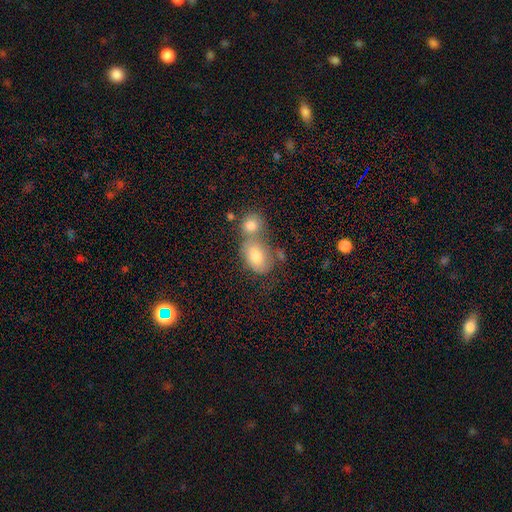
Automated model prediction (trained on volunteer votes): smooth-or-featured: smooth: 73% | featured or disk: 16% | star or artifact: 10%
  how-rounded: in between: 73% | round: 26% | cigar-shaped: 2%
  merging: merger: 49% | none: 34% | minor disturbance: 12% | major disturbance: 5%